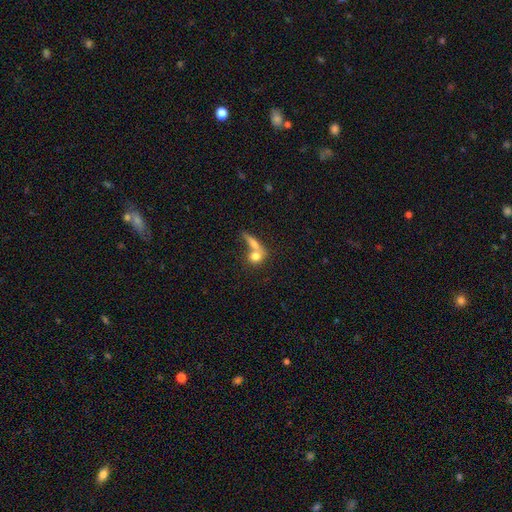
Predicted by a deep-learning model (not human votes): This appears to be a smooth galaxy with no disk features (75%) that is round (52%). Merging: merger (53%).